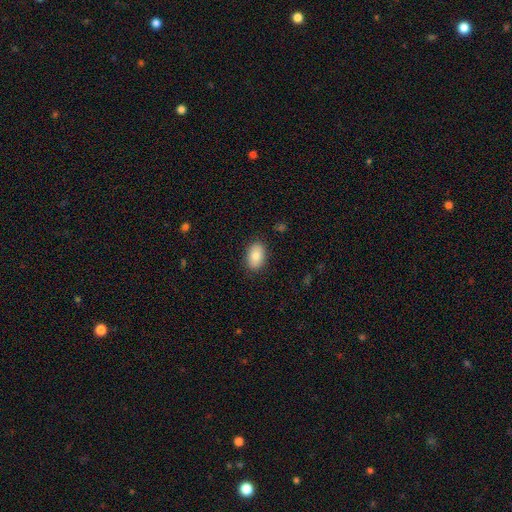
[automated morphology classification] Smooth or featured? Predicted: smooth (p=0.83). How rounded? Predicted: in between (p=0.89). Merging? Predicted: none (p=0.87).